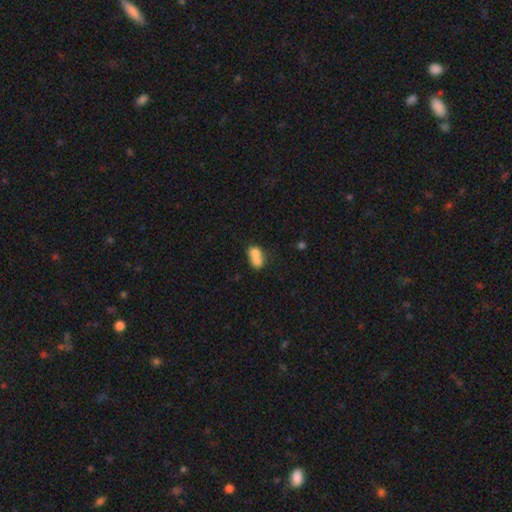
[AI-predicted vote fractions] A smooth galaxy with no disk features (71%) that is in between round and cigar-shaped (52%). Merging: merger (69%).